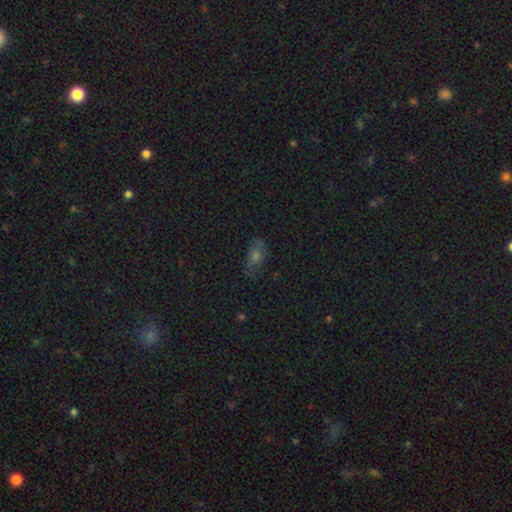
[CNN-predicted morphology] This is possibly a smooth galaxy (51%). How rounded: likely in between (80%). Merging: likely none (69%).